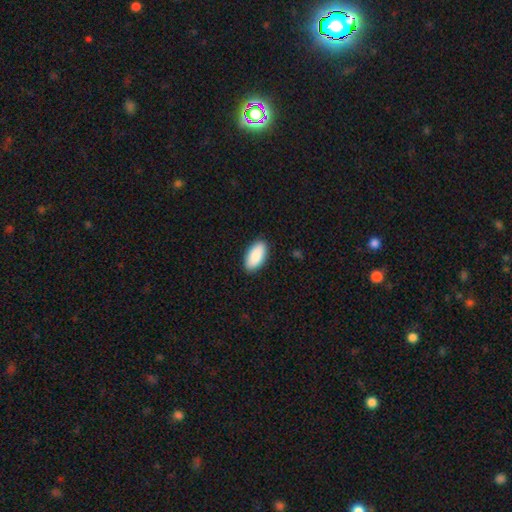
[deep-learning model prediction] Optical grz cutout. It shows a smooth galaxy with no disk features (89%) that is in between round and cigar-shaped (94%). Merging: none (89%).